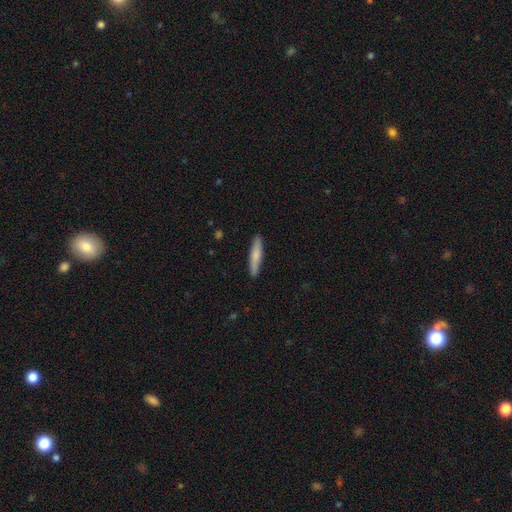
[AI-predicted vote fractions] A smooth galaxy with no disk features (72%) that is cigar-shaped (89%).

Vote fractions:
- Smooth or featured? smooth: 72% / featured or disk: 23% / star or artifact: 5%
- How rounded? cigar-shaped: 89% / in between: 9% / round: 1%
- Merging? none: 90% / minor disturbance: 7% / major disturbance: 1% / merger: 1%